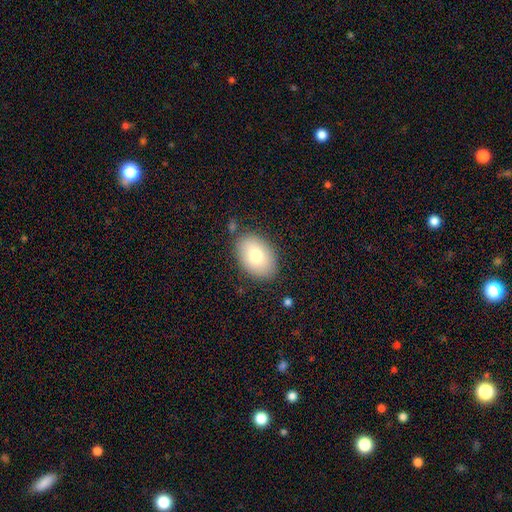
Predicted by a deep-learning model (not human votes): A smooth galaxy with no disk features (75%) that is in between round and cigar-shaped (85%).

Vote fractions:
- Smooth or featured? smooth: 75% / featured or disk: 17% / star or artifact: 8%
- How rounded? in between: 85% / round: 14% / cigar-shaped: 1%
- Merging? none: 84% / minor disturbance: 11% / major disturbance: 3% / merger: 2%